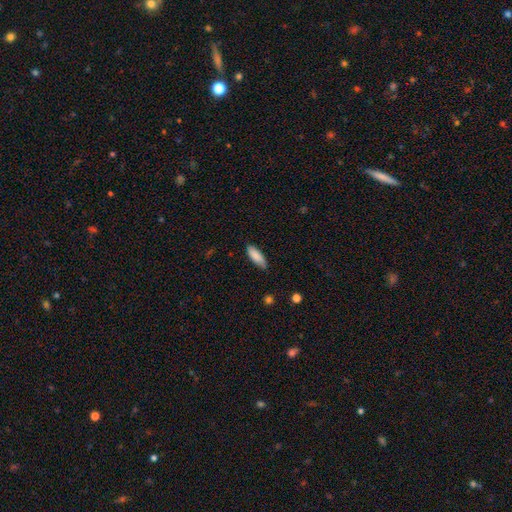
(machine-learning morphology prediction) This appears to be a smooth galaxy with no disk features (87%) that is in between round and cigar-shaped (62%). Merging: none (81%).